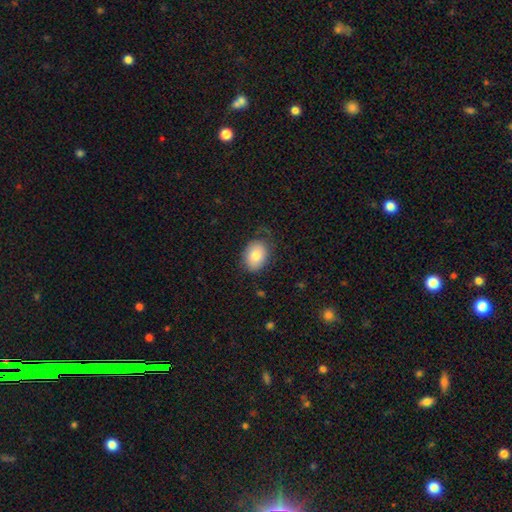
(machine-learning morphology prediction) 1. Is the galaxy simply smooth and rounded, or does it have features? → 82% smooth, 11% featured or disk, 7% star or artifact.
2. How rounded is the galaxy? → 69% in between, 30% round, 1% cigar-shaped.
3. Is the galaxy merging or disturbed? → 72% none, 20% minor disturbance, 7% major disturbance, 1% merger.